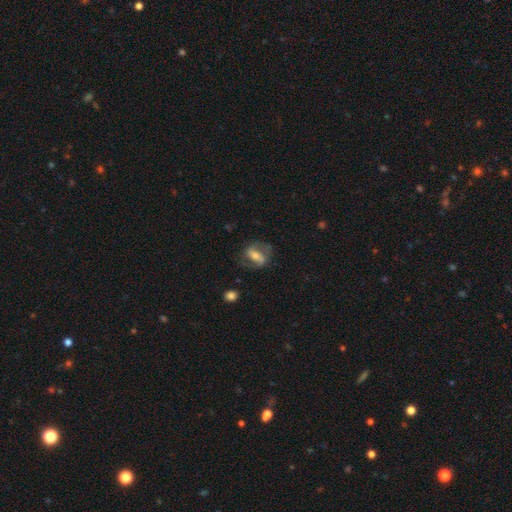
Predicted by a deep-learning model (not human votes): smooth_or_featured: featured or disk (p=0.63) [alt: smooth p=0.29]
disk_edge_on: no (p=0.92) [alt: yes p=0.08]
bar: strong (p=0.52) [alt: weak p=0.28]
has_spiral_arms: yes (p=0.80) [alt: no p=0.20]
bulge_size: moderate (p=0.52) [alt: small p=0.36]
merging: none (p=0.67) [alt: minor disturbance p=0.19]